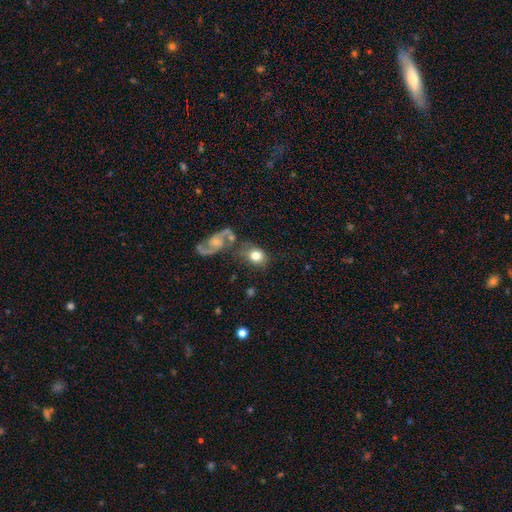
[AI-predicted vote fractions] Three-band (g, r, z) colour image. It shows a smooth galaxy with no disk features (70%) that is round (55%). Merging: none (51%).